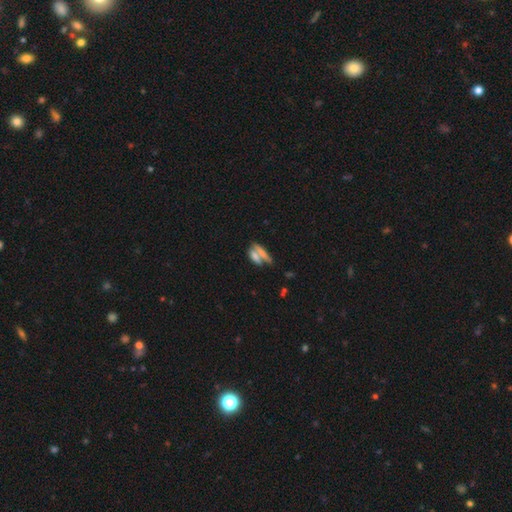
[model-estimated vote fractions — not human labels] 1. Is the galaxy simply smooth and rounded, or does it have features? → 62% smooth, 26% featured or disk, 12% star or artifact.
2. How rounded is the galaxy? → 55% in between, 37% cigar-shaped, 8% round.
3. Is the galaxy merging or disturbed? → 55% merger, 30% none, 9% minor disturbance, 6% major disturbance.